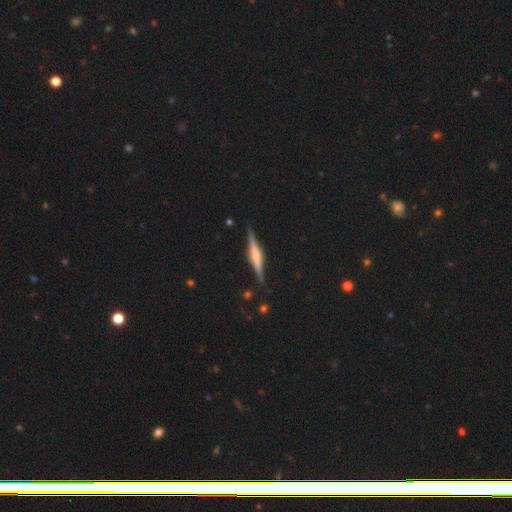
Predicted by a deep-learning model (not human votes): Q: Smooth or featured?
A: featured or disk (76%); runner-up: smooth (18%)
Q: Edge-on disk?
A: yes (98%); runner-up: no (2%)
Q: Edge-on bulge?
A: rounded (61%); runner-up: boxy (30%)
Q: Merging?
A: none (89%); runner-up: minor disturbance (8%)